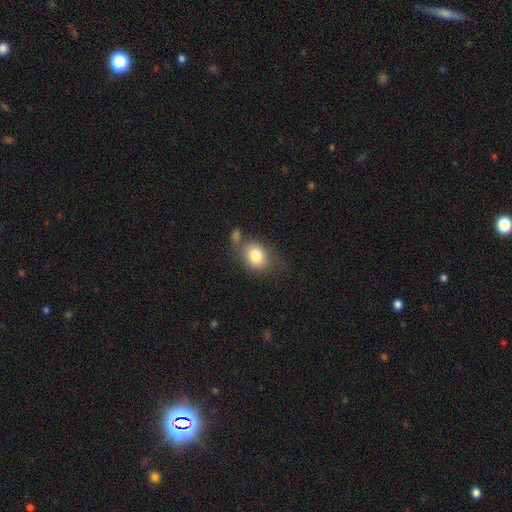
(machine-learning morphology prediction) Smooth or featured: smooth — 81% (featured or disk — 10%)
How rounded: in between — 57% (round — 42%)
Merging: none — 58% (minor disturbance — 18%)